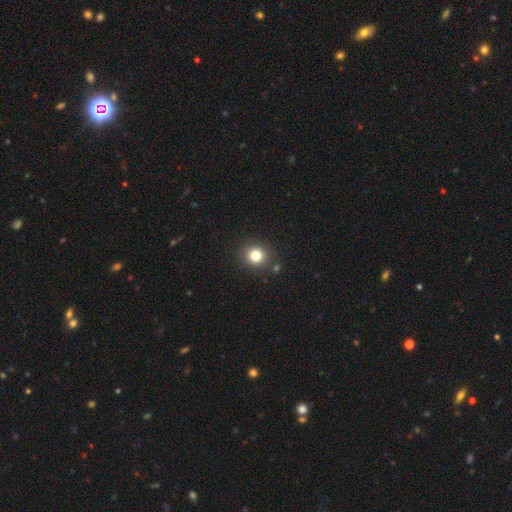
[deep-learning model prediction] The model was most divided on "smooth or featured": smooth: 80%, star or artifact: 13%, featured or disk: 7%. More confident: how rounded — round (88%); merging — none (87%).